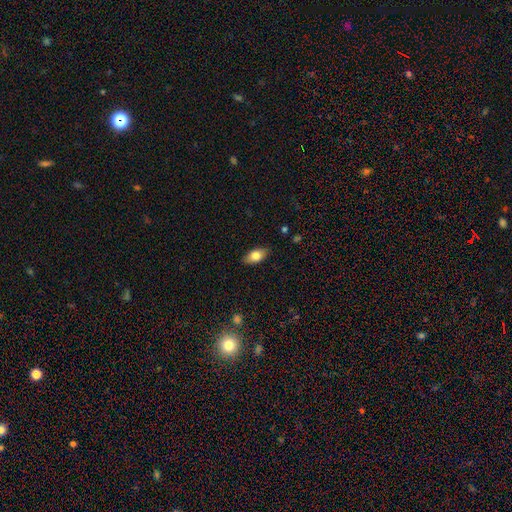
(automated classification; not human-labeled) This is likely a smooth galaxy (78%). How rounded: clearly in between (90%). Merging: clearly none (85%).